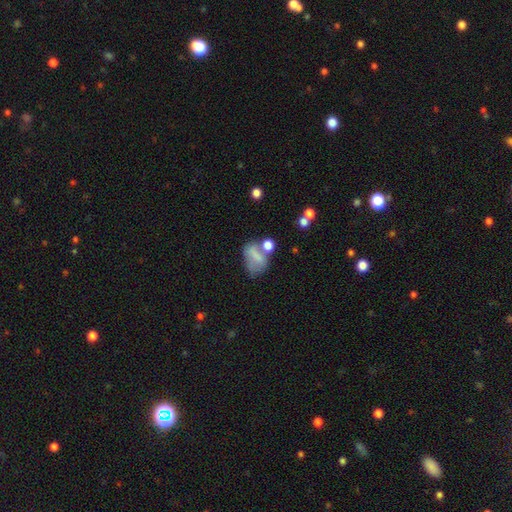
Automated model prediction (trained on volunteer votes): A smooth galaxy with no disk features (65%) that is in between round and cigar-shaped (76%). Merging: none (32%).